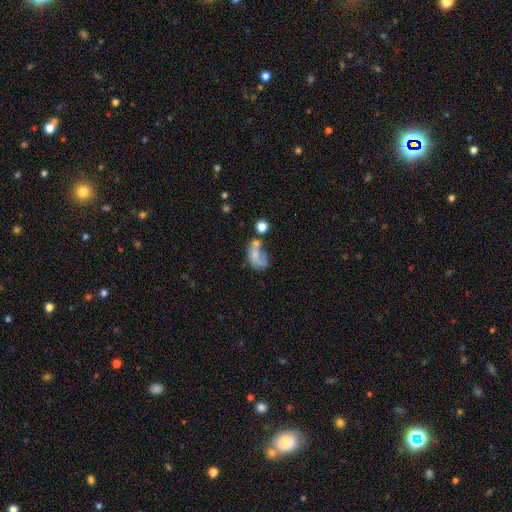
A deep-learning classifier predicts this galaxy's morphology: type=smooth (48%); merging=major disturbance (34%).